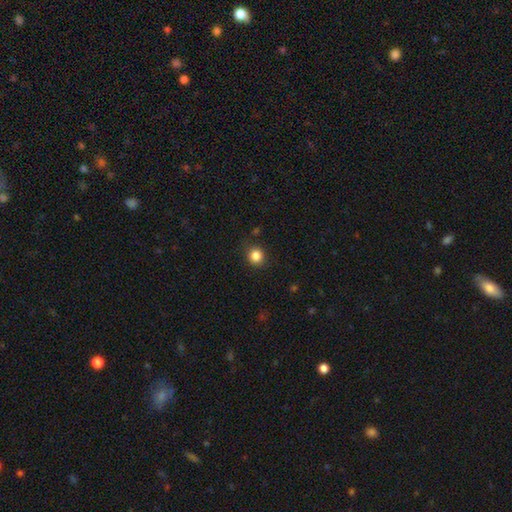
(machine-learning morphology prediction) Smooth or featured: smooth — 85% (star or artifact — 11%)
How rounded: round — 88% (in between — 11%)
Merging: none — 86% (minor disturbance — 10%)